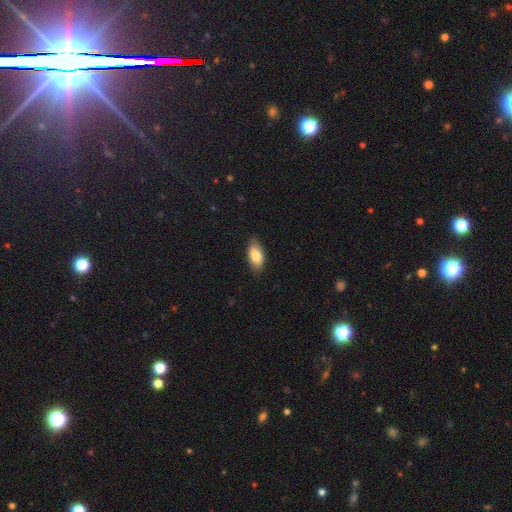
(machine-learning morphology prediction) Smooth or featured? Predicted: smooth (p=0.81). How rounded? Predicted: in between (p=0.89). Merging? Predicted: none (p=0.84).